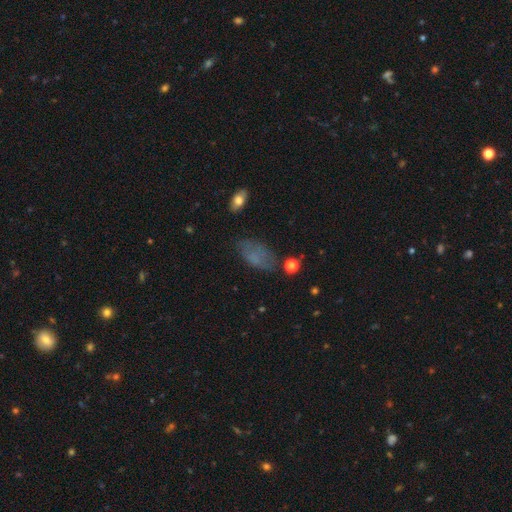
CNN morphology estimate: A smooth galaxy with no disk features (67%) that is in between round and cigar-shaped (90%). Merging: none (61%).